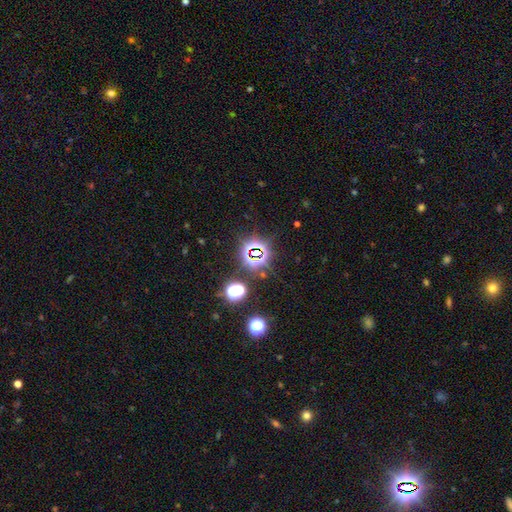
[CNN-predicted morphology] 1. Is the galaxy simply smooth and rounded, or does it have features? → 75% star or artifact, 16% smooth, 9% featured or disk.